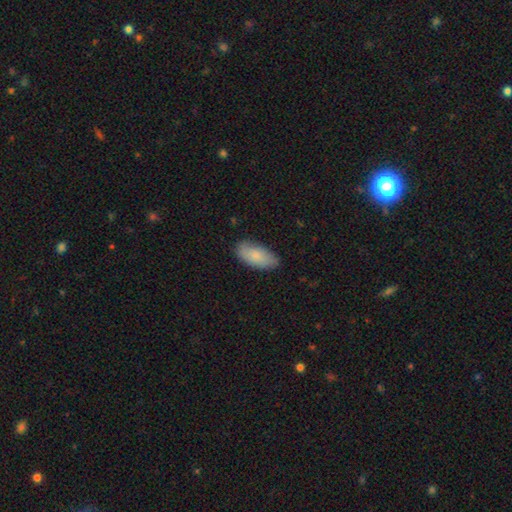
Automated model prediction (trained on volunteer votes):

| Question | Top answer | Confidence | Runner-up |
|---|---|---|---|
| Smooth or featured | smooth | 81% | featured or disk (13%) |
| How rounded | in between | 91% | cigar-shaped (7%) |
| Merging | none | 80% | minor disturbance (17%) |